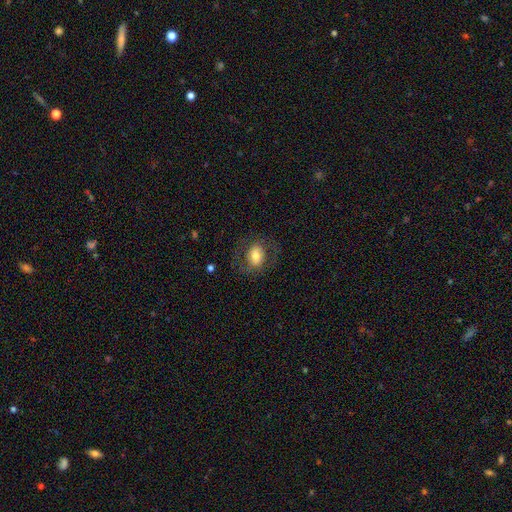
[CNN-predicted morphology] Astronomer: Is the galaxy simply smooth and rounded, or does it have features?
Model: smooth — 58% (runner-up: featured or disk, 34%).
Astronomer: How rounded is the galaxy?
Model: in between — 61% (runner-up: round, 38%).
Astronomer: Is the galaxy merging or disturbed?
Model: none — 71%.